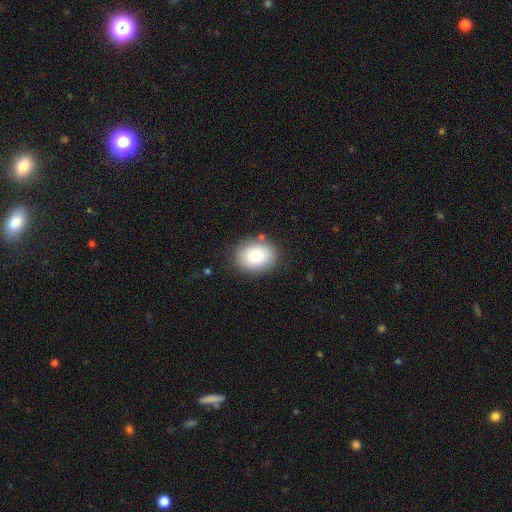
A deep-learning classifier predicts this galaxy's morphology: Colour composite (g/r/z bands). It shows a smooth galaxy with no disk features (80%) that is in between round and cigar-shaped (52%). Merging: none (84%).